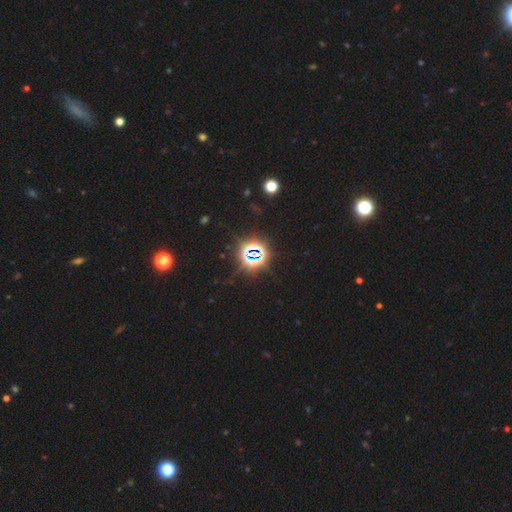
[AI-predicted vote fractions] Morphology: type=star or artifact (81%).